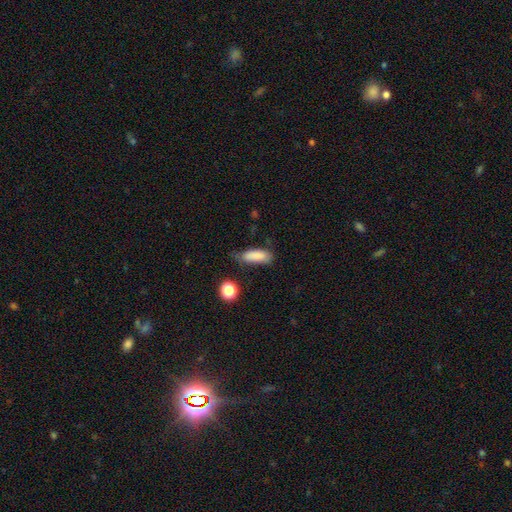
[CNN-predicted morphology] smooth-or-featured: smooth: 85% | star or artifact: 9% | featured or disk: 7%
  how-rounded: in between: 71% | cigar-shaped: 26% | round: 3%
  merging: none: 60% | minor disturbance: 28% | major disturbance: 9% | merger: 4%